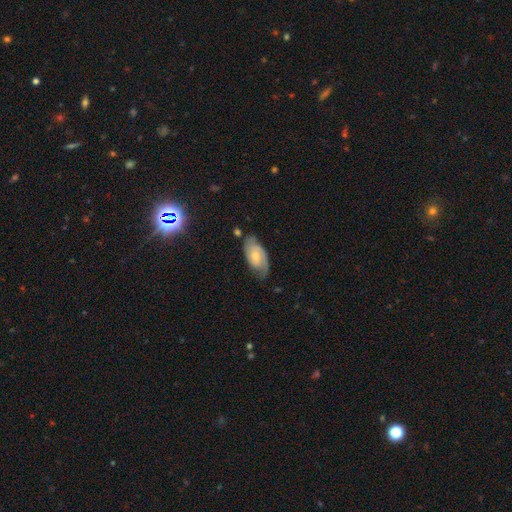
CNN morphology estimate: type=featured or disk (66%); edge-on=no (95%); bar=no (65%); spiral arms=yes (91%); winding=tight (47%); arm count=2 (72%); bulge=small (51%); merging=none (66%).